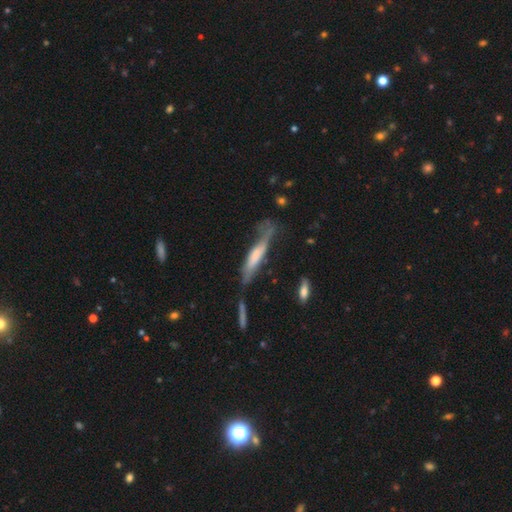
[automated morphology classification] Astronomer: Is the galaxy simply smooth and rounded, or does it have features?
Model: smooth — 49% (runner-up: featured or disk, 44%).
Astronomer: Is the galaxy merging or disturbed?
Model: none — 38% (runner-up: minor disturbance, 29%).